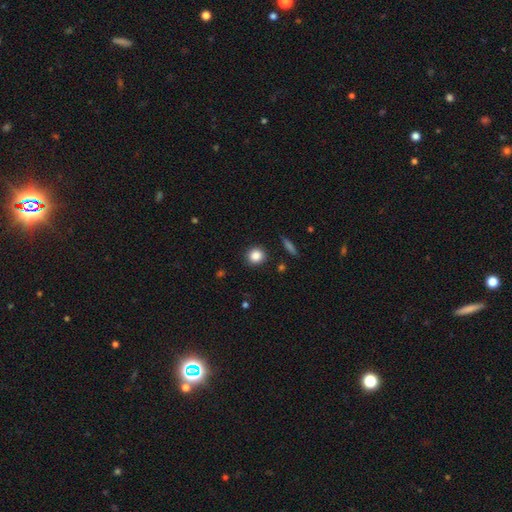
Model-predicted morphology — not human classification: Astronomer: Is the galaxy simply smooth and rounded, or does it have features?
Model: smooth — 85%.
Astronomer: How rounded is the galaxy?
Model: round — 89%.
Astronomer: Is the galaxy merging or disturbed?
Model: none — 90%.